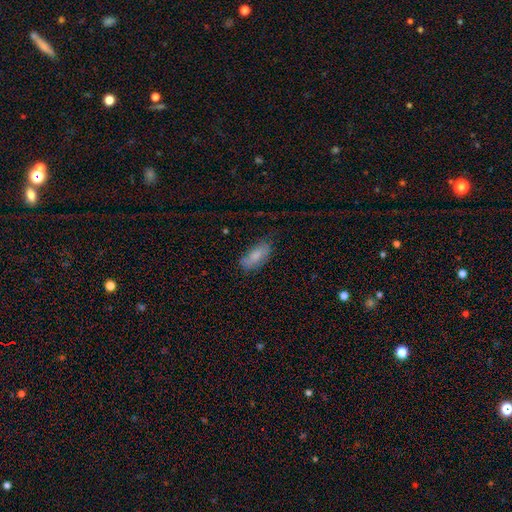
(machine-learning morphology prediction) This is likely a smooth galaxy (80%). How rounded: clearly in between (84%). Merging: likely none (64%).